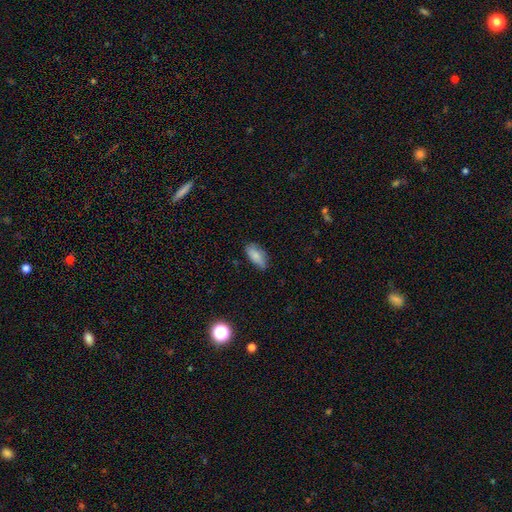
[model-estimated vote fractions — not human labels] smooth_or_featured: smooth (p=0.81) [alt: featured or disk p=0.11]
how_rounded: in between (p=0.88) [alt: cigar-shaped p=0.09]
merging: none (p=0.69) [alt: minor disturbance p=0.25]